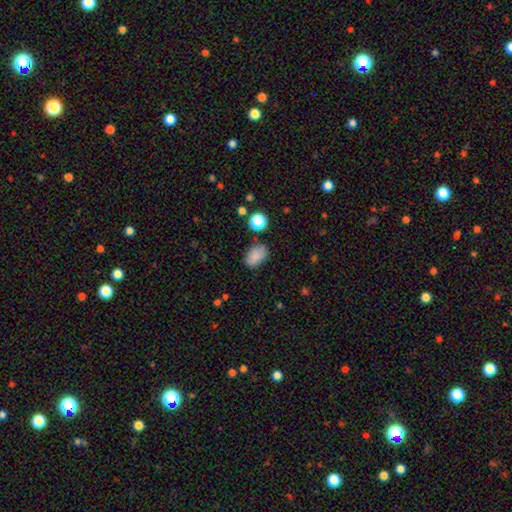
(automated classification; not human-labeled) A smooth galaxy with no disk features (84%) that is in between round and cigar-shaped (86%).

Vote fractions:
- Smooth or featured? smooth: 84% / star or artifact: 10% / featured or disk: 6%
- How rounded? in between: 86% / round: 13% / cigar-shaped: 1%
- Merging? none: 78% / minor disturbance: 15% / major disturbance: 4% / merger: 3%